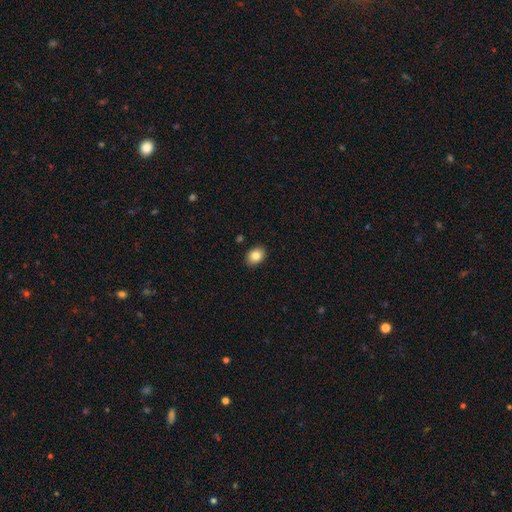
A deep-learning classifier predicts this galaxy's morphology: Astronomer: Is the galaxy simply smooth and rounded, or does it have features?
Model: smooth — 83%.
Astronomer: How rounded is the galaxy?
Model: in between — 68%.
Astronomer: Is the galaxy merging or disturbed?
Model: none — 89%.